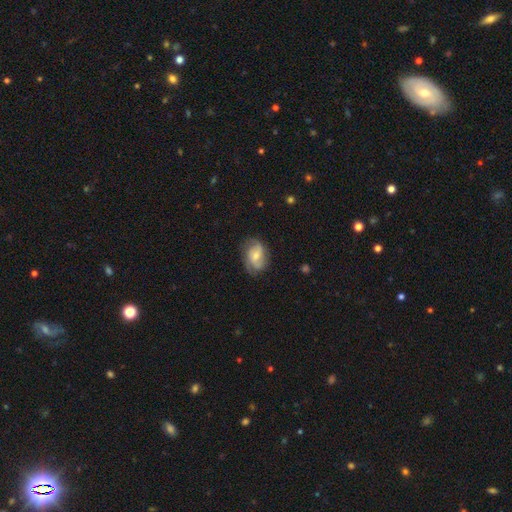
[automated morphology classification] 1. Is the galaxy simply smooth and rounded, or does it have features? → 64% featured or disk, 29% smooth, 7% star or artifact.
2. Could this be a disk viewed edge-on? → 97% no, 3% yes.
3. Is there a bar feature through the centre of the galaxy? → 45% weak, 44% no, 11% strong.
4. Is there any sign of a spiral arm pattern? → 90% yes, 10% no.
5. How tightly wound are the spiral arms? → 46% medium, 28% tight, 26% loose.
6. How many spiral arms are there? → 54% 2, 18% can't tell, 17% 3, 4% 1, 3% 4, 3% more than 4.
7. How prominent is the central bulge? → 45% moderate, 44% small, 5% none, 5% large, 1% dominant.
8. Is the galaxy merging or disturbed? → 69% none, 21% minor disturbance, 8% major disturbance, 1% merger.